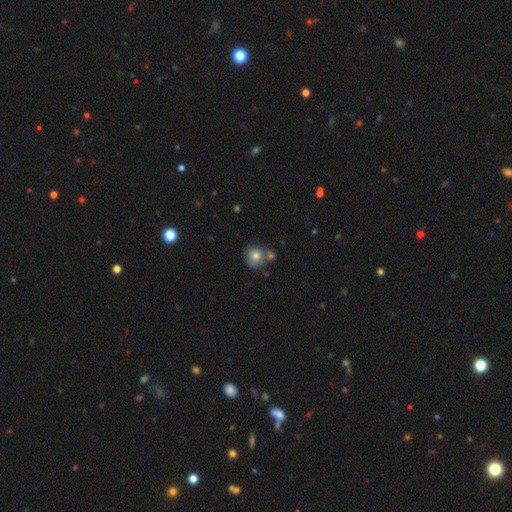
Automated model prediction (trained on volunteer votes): smooth-or-featured: smooth: 69% | featured or disk: 21% | star or artifact: 10%
  how-rounded: round: 80% | in between: 19% | cigar-shaped: 1%
  merging: none: 47% | merger: 28% | minor disturbance: 18% | major disturbance: 7%